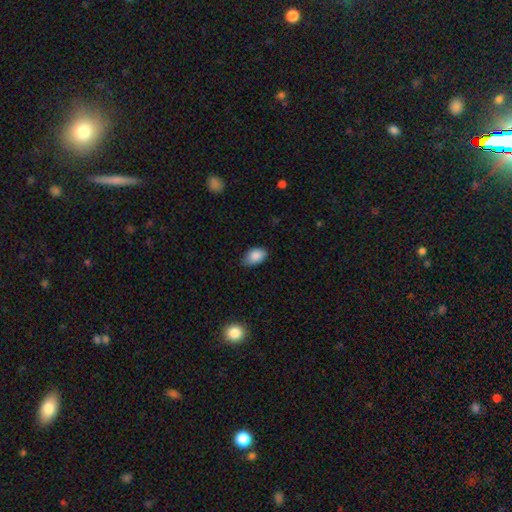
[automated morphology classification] This appears to be a smooth galaxy with no disk features (87%) that is in between round and cigar-shaped (90%). Merging: none (69%).